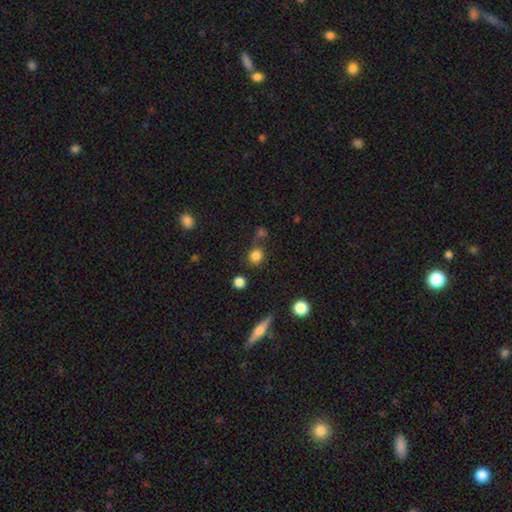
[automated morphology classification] smooth-or-featured: smooth: 81% | star or artifact: 13% | featured or disk: 5%
  how-rounded: round: 89% | in between: 10% | cigar-shaped: 1%
  merging: none: 73% | merger: 13% | minor disturbance: 10% | major disturbance: 4%